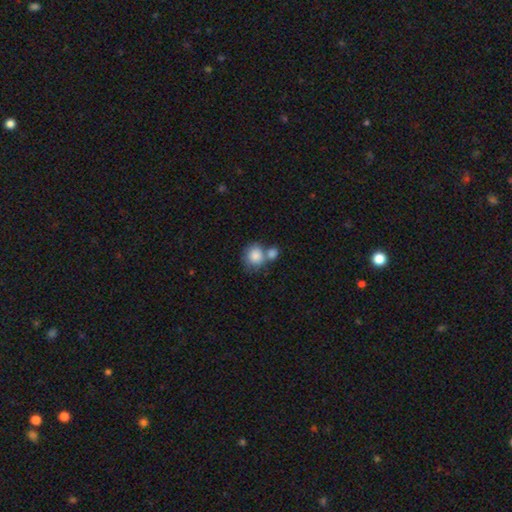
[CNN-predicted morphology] This is clearly a smooth galaxy (84%). How rounded: likely round (77%). Merging: possibly merger (45%).